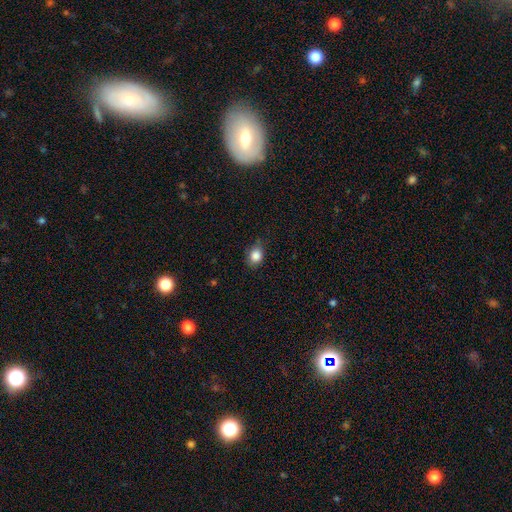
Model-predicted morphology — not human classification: A smooth galaxy with no disk features (85%) that is round (50%). Merging: none (75%).